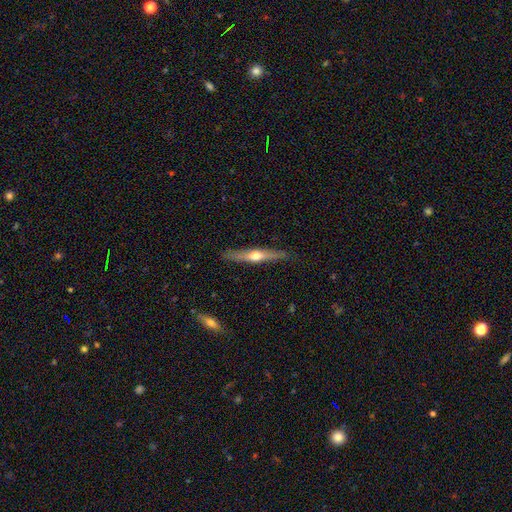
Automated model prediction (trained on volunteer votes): The model was most divided on "smooth or featured": featured or disk: 64%, smooth: 30%, star or artifact: 6%. More confident: edge-on disk — yes (96%); edge-on bulge — rounded (91%); merging — none (88%).